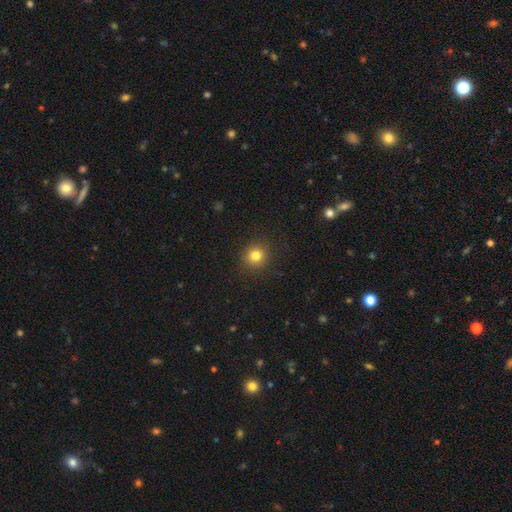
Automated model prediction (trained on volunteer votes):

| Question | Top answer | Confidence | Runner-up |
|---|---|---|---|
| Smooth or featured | smooth | 82% | star or artifact (13%) |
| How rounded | round | 90% | in between (9%) |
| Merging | none | 90% | minor disturbance (6%) |